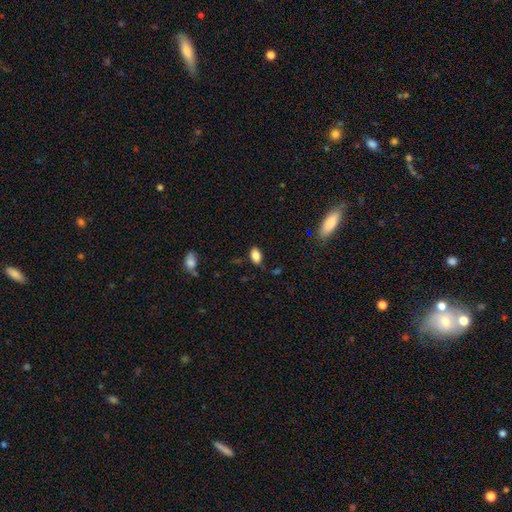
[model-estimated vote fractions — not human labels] smooth-or-featured: smooth: 85% | star or artifact: 9% | featured or disk: 6%
  how-rounded: in between: 90% | round: 7% | cigar-shaped: 2%
  merging: none: 77% | minor disturbance: 18% | major disturbance: 4% | merger: 2%